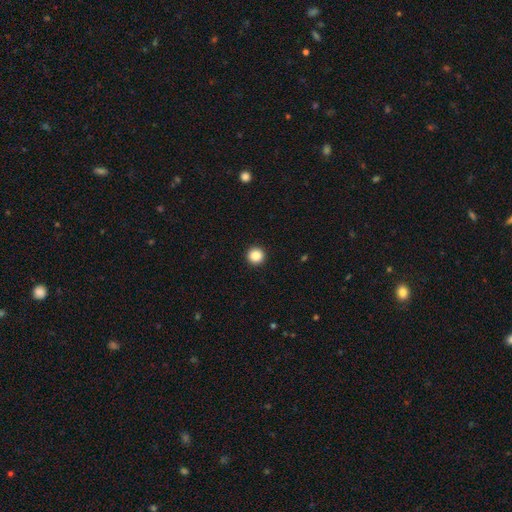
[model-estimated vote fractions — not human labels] This is clearly a smooth galaxy (87%). How rounded: clearly round (96%). Merging: clearly none (94%).